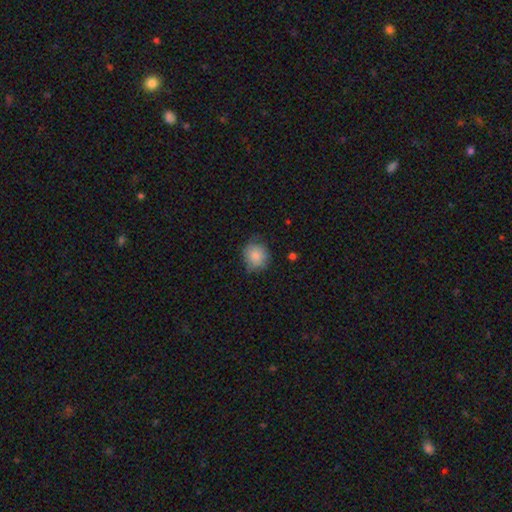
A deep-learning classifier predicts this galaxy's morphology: The model was most divided on "merging": none: 67%, minor disturbance: 26%, major disturbance: 5%, merger: 1%. More confident: how rounded — round (84%); smooth or featured — smooth (82%).